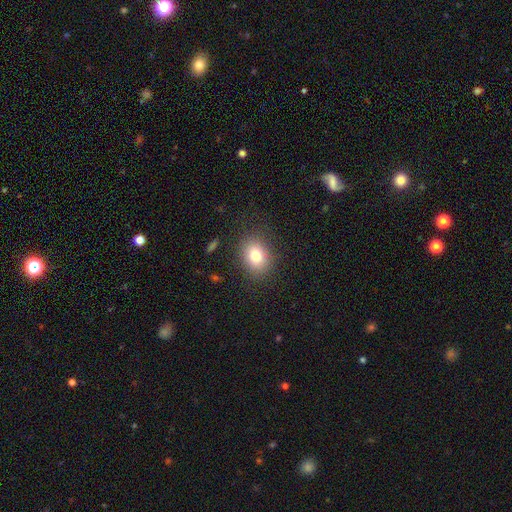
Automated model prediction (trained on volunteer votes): Smooth or featured: smooth — 78% (star or artifact — 11%)
How rounded: in between — 51% (round — 48%)
Merging: none — 85% (minor disturbance — 10%)